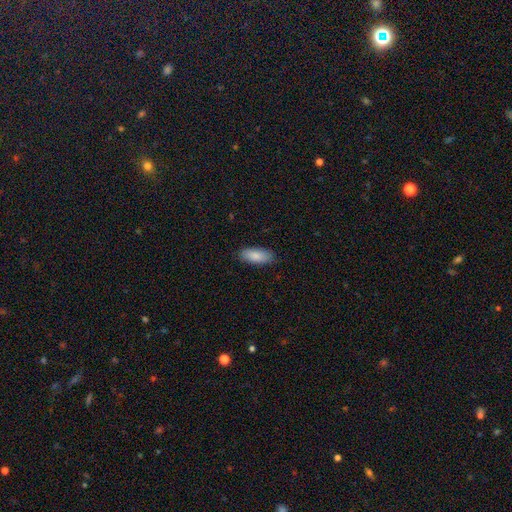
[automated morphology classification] Overall: smooth (88%). How rounded: in between (84%). Merging: none (85%).